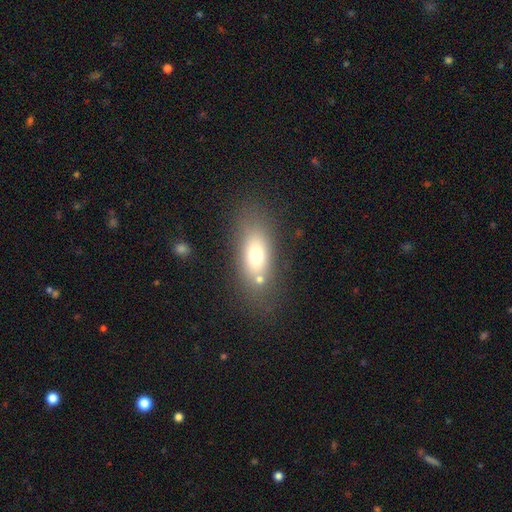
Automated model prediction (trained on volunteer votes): A smooth galaxy with no disk features (68%) that is in between round and cigar-shaped (76%). Merging: none (68%).